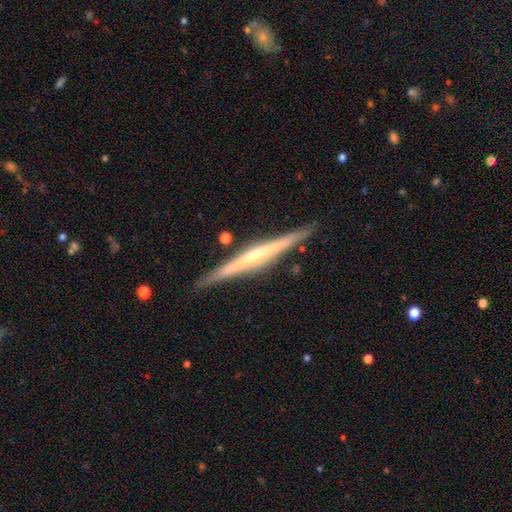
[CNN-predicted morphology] Smooth or featured?
  - featured or disk: 74% *
  - smooth: 21%
  - star or artifact: 5%
Edge-on disk?
  - yes: 98% *
  - no: 2%
Edge-on bulge?
  - rounded: 46% *
  - none: 43%
  - boxy: 11%
Merging?
  - none: 88% *
  - minor disturbance: 8%
  - merger: 2%
  - major disturbance: 2%